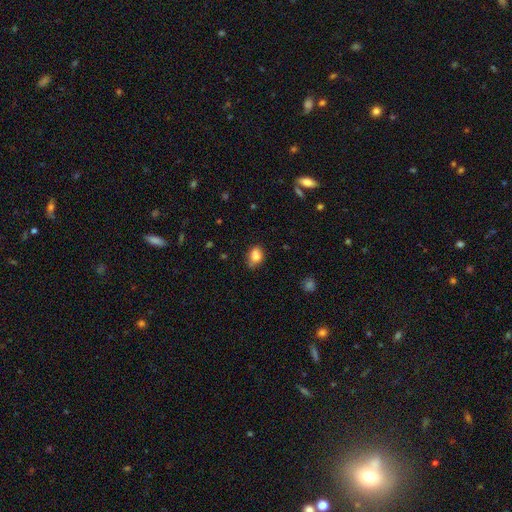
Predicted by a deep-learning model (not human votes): Smooth or featured: smooth — 79% (star or artifact — 10%)
How rounded: in between — 66% (round — 33%)
Merging: none — 53% (minor disturbance — 27%)